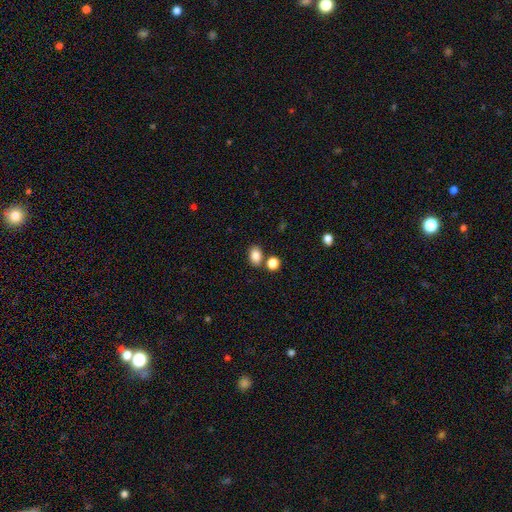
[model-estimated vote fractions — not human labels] Smooth or featured: smooth — 85% (star or artifact — 10%)
How rounded: in between — 75% (round — 24%)
Merging: none — 72% (merger — 14%)